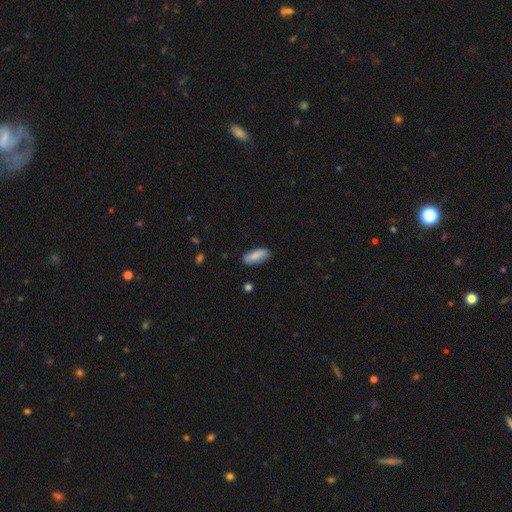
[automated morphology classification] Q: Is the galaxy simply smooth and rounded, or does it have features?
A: smooth — 84%.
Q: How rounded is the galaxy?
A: in between — 73%.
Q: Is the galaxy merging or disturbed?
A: none — 85%.